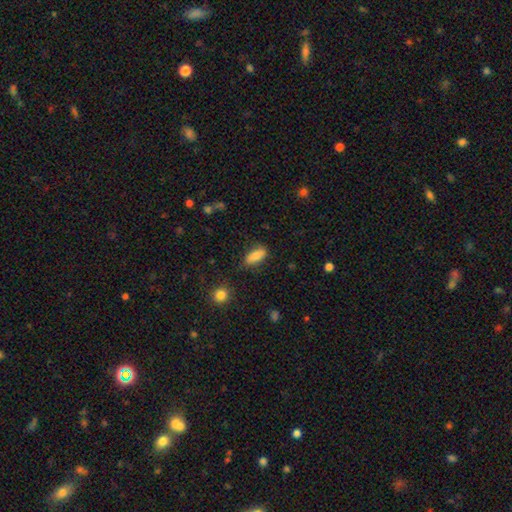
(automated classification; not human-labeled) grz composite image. It shows a smooth galaxy with no disk features (81%) that is in between round and cigar-shaped (78%). Merging: none (77%).